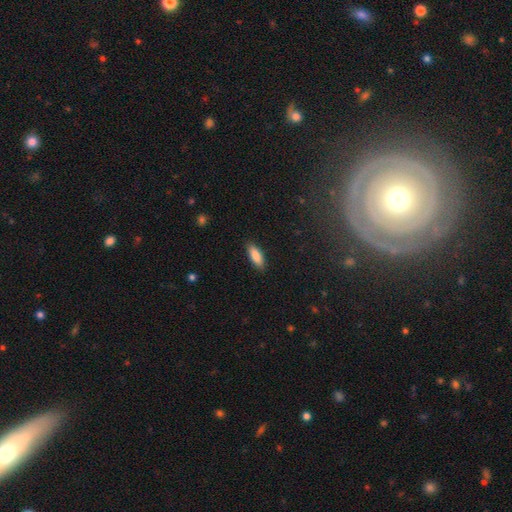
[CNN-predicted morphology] smooth-or-featured: smooth: 85% | featured or disk: 8% | star or artifact: 6%
  how-rounded: in between: 67% | cigar-shaped: 31% | round: 2%
  merging: none: 89% | minor disturbance: 8% | major disturbance: 2% | merger: 1%